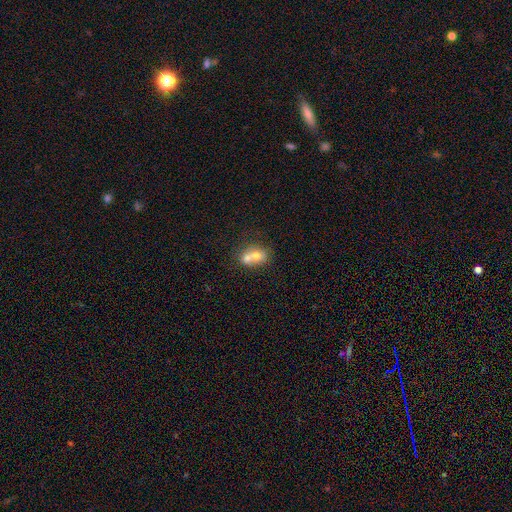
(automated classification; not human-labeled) smooth-or-featured: smooth: 64% | featured or disk: 27% | star or artifact: 9%
  how-rounded: round: 51% | in between: 47% | cigar-shaped: 1%
  merging: merger: 67% | none: 23% | minor disturbance: 7% | major disturbance: 3%